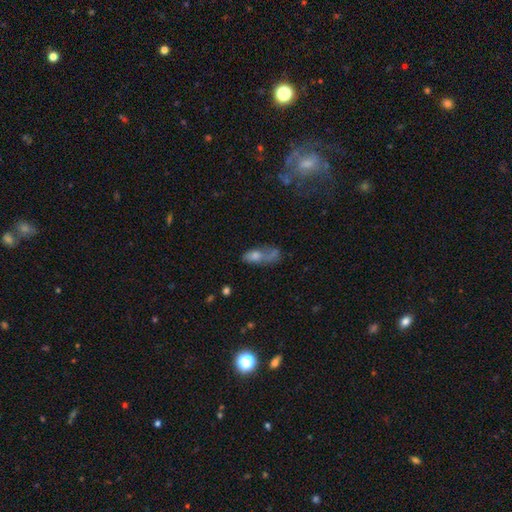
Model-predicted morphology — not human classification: This is possibly a smooth galaxy (47%). Merging: marginally none (32%).